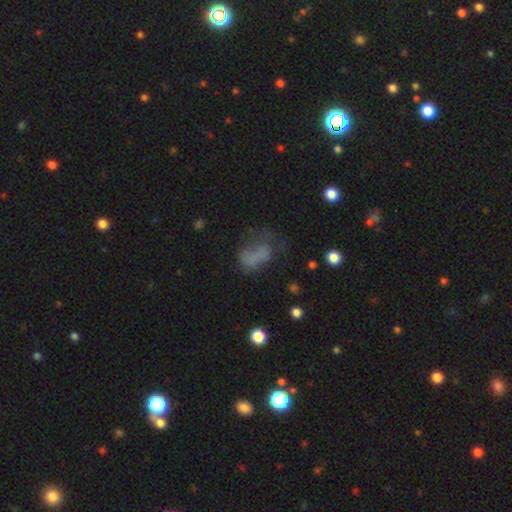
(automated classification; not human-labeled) This appears to be a smooth galaxy with no disk features (61%) that is in between round and cigar-shaped (80%). Merging: major disturbance (40%).